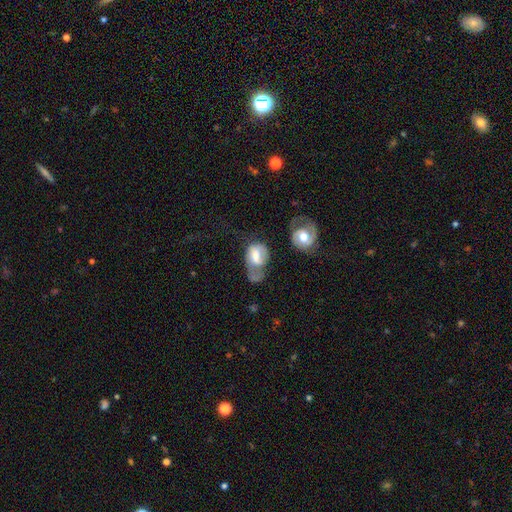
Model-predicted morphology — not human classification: This is possibly a smooth galaxy (53%). How rounded: likely in between (74%). Merging: marginally major disturbance (43%).